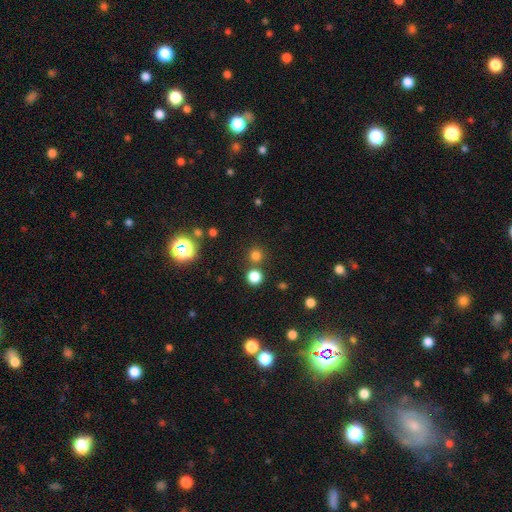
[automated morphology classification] type=smooth (74%); roundness=round (94%); merging=none (77%).